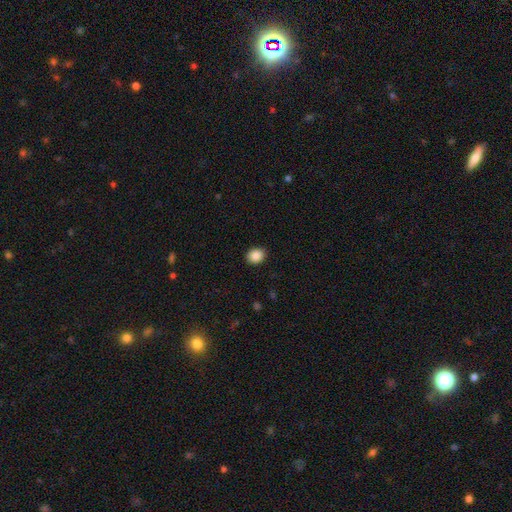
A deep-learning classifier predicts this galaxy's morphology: The model was most divided on "how rounded": round: 61%, in between: 38%, cigar-shaped: 1%. More confident: merging — none (90%); smooth or featured — smooth (88%).